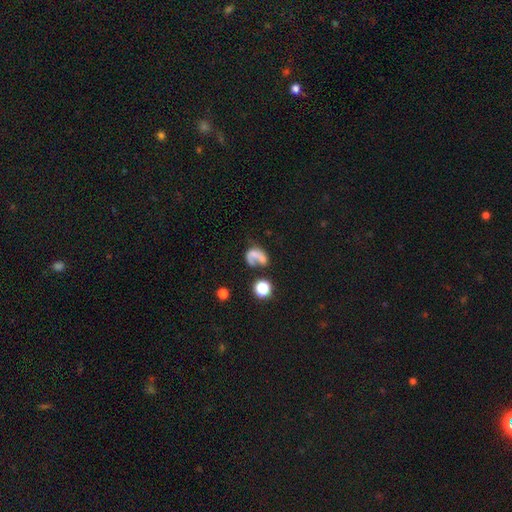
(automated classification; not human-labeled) This appears to be a smooth galaxy with no disk features (49%). Merging: major disturbance (32%).